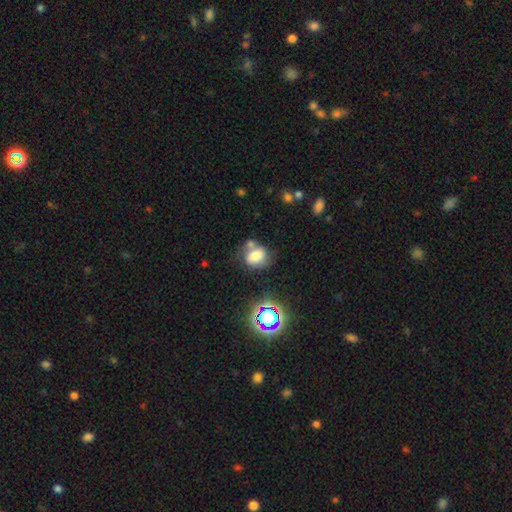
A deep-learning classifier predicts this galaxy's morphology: smooth_or_featured: smooth (p=0.68) [alt: featured or disk p=0.17]
how_rounded: in between (p=0.51) [alt: round p=0.47]
merging: none (p=0.51) [alt: merger p=0.23]